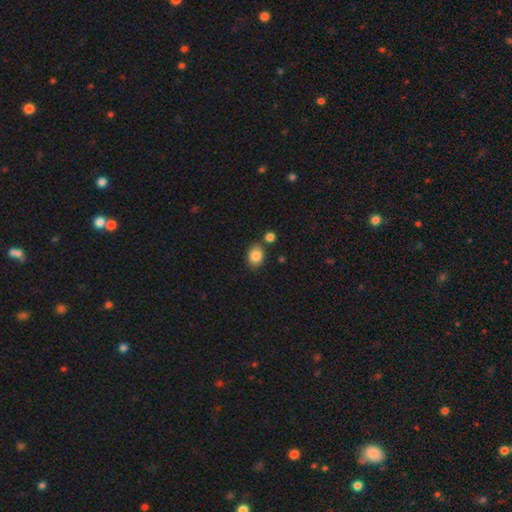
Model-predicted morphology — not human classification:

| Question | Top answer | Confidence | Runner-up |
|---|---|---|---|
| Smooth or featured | smooth | 85% | star or artifact (9%) |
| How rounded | in between | 62% | round (37%) |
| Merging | none | 75% | minor disturbance (12%) |